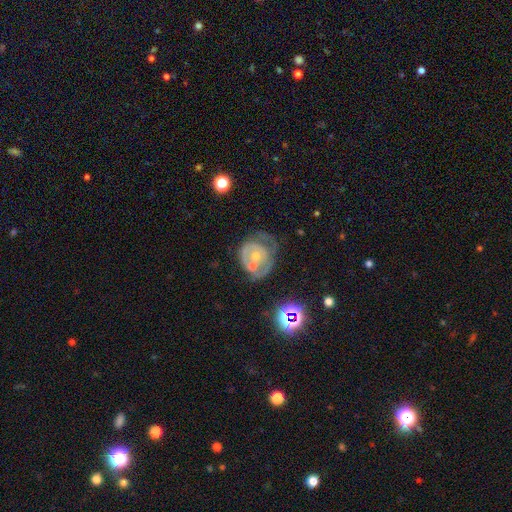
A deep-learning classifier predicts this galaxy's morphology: Smooth or featured?
  - featured or disk: 68% *
  - smooth: 22%
  - star or artifact: 10%
Edge-on disk?
  - no: 97% *
  - yes: 3%
Bar?
  - no: 80% *
  - weak: 16%
  - strong: 4%
Spiral arms?
  - yes: 58% *
  - no: 42%
Bulge size?
  - moderate: 48% *
  - small: 46%
  - none: 3%
  - large: 2%
  - dominant: 1%
Merging?
  - none: 37% *
  - merger: 22%
  - minor disturbance: 22%
  - major disturbance: 19%